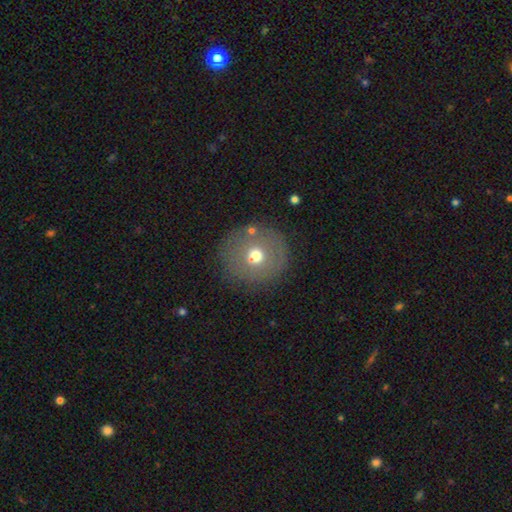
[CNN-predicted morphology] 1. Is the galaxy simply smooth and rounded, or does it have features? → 61% smooth, 26% featured or disk, 13% star or artifact.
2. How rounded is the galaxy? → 92% round, 7% in between, 1% cigar-shaped.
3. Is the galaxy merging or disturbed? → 79% none, 10% minor disturbance, 6% merger, 6% major disturbance.